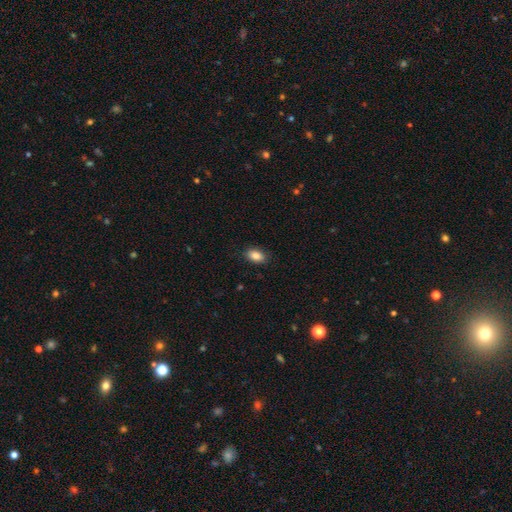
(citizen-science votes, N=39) Morphology: type=smooth (92%); roundness=in between (97%); merging=none (92%).